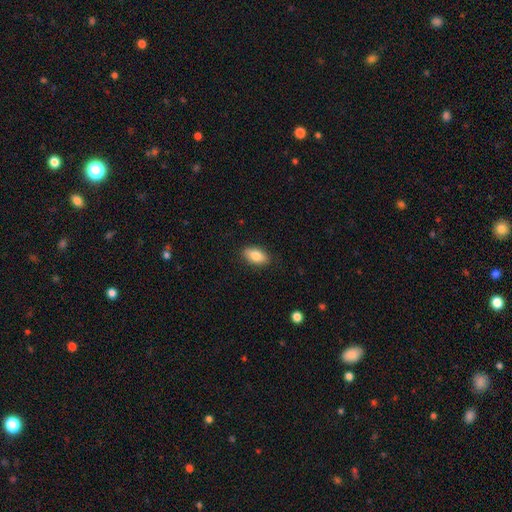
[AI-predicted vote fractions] This appears to be a smooth galaxy with no disk features (83%) that is in between round and cigar-shaped (91%). Merging: none (87%).